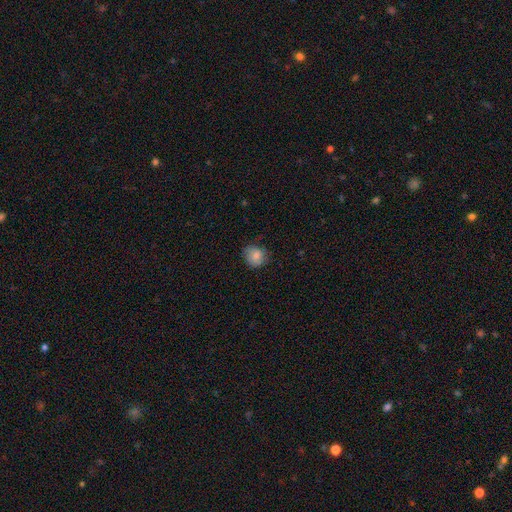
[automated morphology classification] Q: Smooth or featured?
A: smooth (83%); runner-up: star or artifact (9%)
Q: How rounded?
A: round (79%); runner-up: in between (20%)
Q: Merging?
A: none (74%); runner-up: minor disturbance (21%)